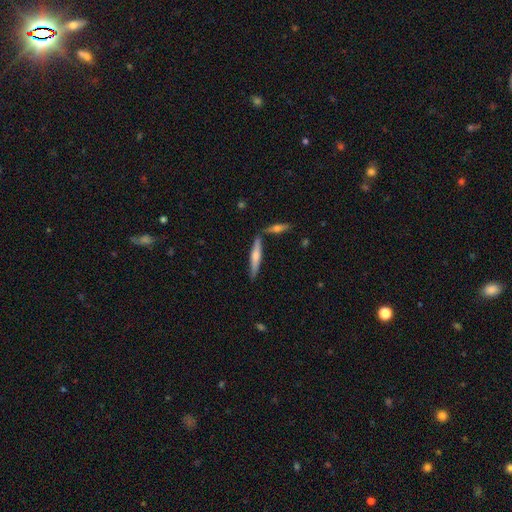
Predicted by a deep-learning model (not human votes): Smooth or featured: smooth — 51% (featured or disk — 43%)
How rounded: cigar-shaped — 88% (in between — 11%)
Merging: none — 75% (merger — 11%)